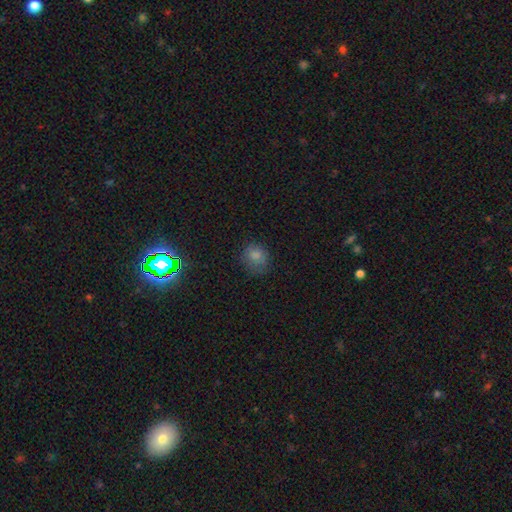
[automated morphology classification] smooth 79%, star or artifact 13%, featured or disk 8%. Down the decision tree: how rounded — round (78%); merging — none (70%).